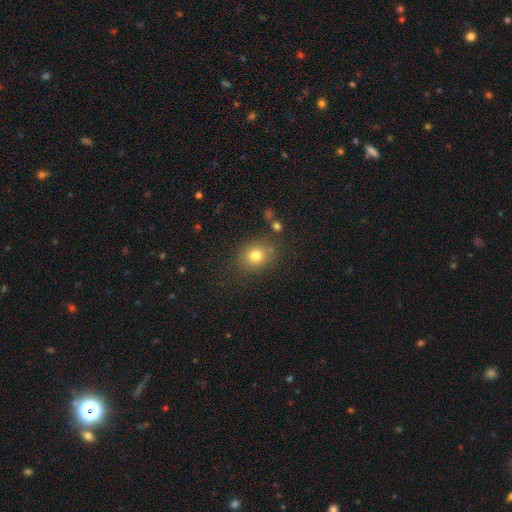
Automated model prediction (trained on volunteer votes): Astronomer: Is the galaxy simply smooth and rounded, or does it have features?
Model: smooth — 79%.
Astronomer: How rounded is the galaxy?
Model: round — 69%.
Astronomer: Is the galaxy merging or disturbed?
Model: none — 80%.